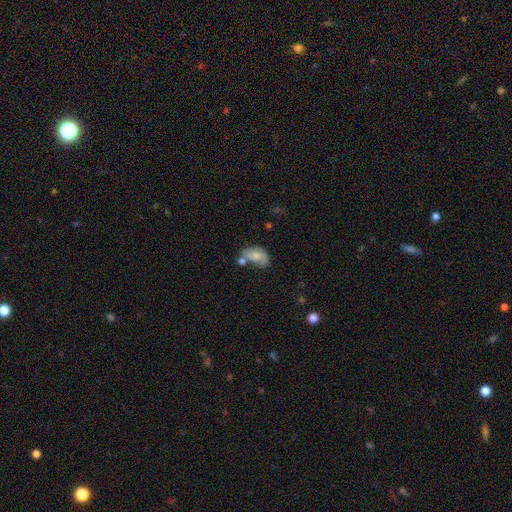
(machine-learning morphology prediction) Q: Smooth or featured?
A: smooth (56%); runner-up: featured or disk (35%)
Q: How rounded?
A: in between (87%); runner-up: round (11%)
Q: Merging?
A: none (32%); runner-up: minor disturbance (26%)